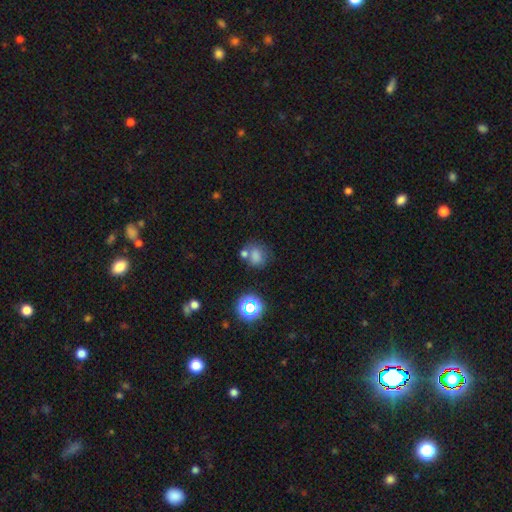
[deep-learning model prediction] Smooth or featured? smooth (68%)
How rounded? round (64%)
Merging? none (50%)